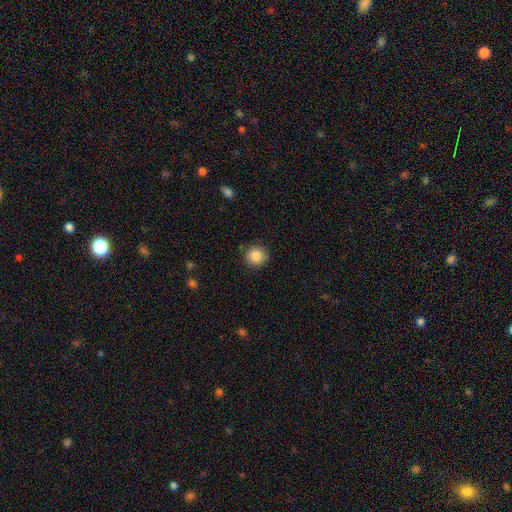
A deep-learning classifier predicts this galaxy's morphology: A smooth galaxy with no disk features (86%) that is round (94%).

Vote fractions:
- Smooth or featured? smooth: 86% / star or artifact: 9% / featured or disk: 5%
- How rounded? round: 94% / in between: 5% / cigar-shaped: 1%
- Merging? none: 87% / minor disturbance: 9% / major disturbance: 2% / merger: 1%